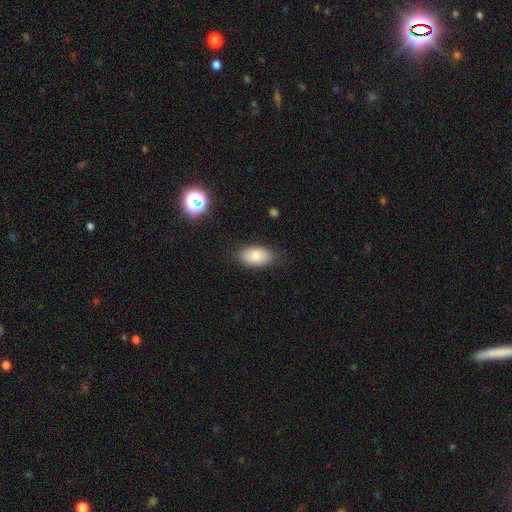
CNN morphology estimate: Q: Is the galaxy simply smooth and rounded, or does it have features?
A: smooth — 83%.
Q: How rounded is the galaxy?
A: in between — 92%.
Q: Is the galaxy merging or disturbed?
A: none — 81%.